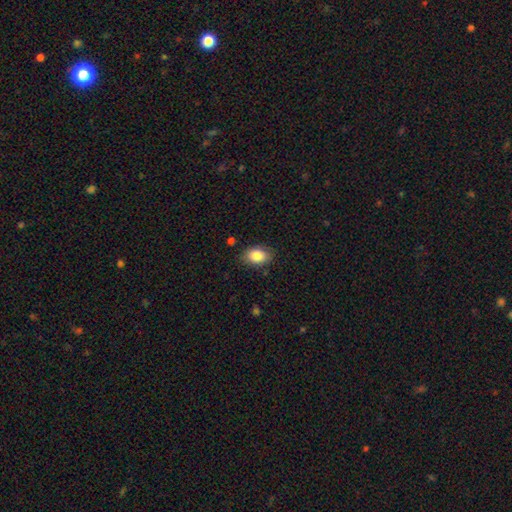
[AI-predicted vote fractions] Smooth or featured? smooth (85%)
How rounded? in between (83%)
Merging? none (82%)